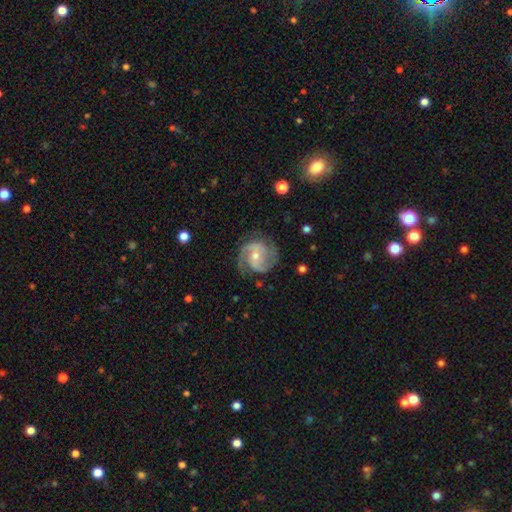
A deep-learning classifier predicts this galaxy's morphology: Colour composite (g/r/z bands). It shows a featured or disk galaxy (89%) with no bar (53%), 2 (73%) medium (50%) spiral arms (98%) and a small central bulge (56%). Merging: none (78%).